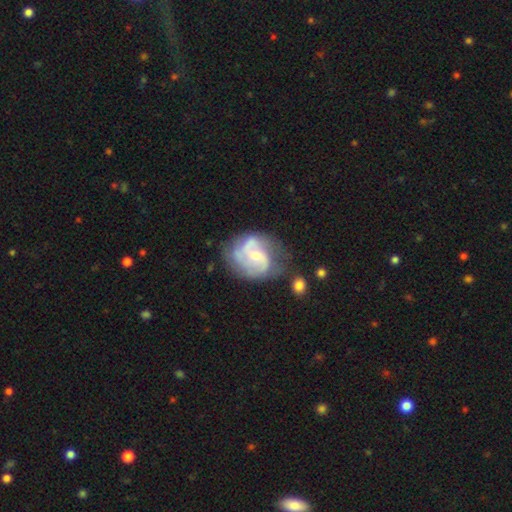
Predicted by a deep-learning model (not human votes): A featured or disk galaxy (80%) with no bar (55%), 2 (56%) medium (48%) spiral arms (91%) and a small central bulge (53%).

Vote fractions:
- Smooth or featured? featured or disk: 80% / smooth: 14% / star or artifact: 6%
- Edge-on disk? no: 98% / yes: 2%
- Bar? no: 55% / weak: 37% / strong: 8%
- Spiral arms? yes: 91% / no: 9%
- Spiral winding? medium: 48% / tight: 29% / loose: 23%
- Spiral arm count? 2: 56% / 3: 17% / can't tell: 17% / 1: 4% / 4: 3% / more than 4: 3%
- Bulge size? small: 53% / moderate: 42% / large: 2% / none: 2% / dominant: 1%
- Merging? none: 53% / minor disturbance: 25% / major disturbance: 16% / merger: 6%